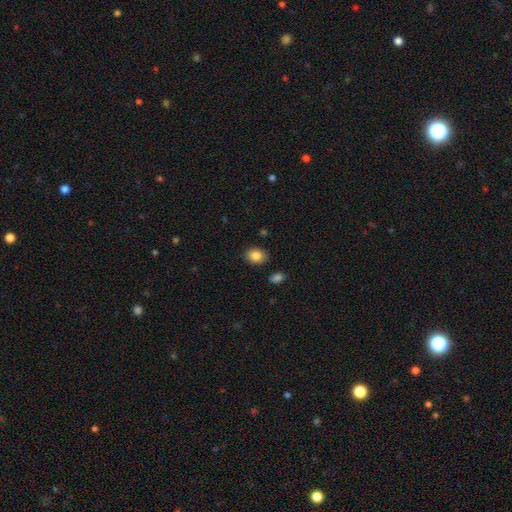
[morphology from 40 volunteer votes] Overall: smooth (90%). How rounded: in between (69%). Merging: none (95%).